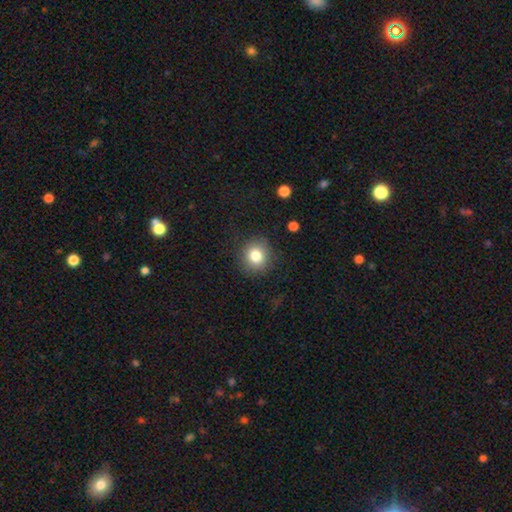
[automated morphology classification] smooth-or-featured: smooth: 80% | star or artifact: 11% | featured or disk: 8%
  how-rounded: round: 89% | in between: 10% | cigar-shaped: 1%
  merging: none: 88% | minor disturbance: 8% | major disturbance: 3% | merger: 1%